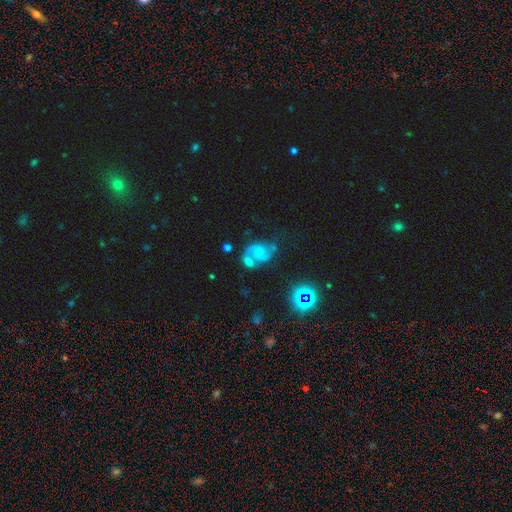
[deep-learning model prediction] smooth_or_featured: featured or disk (p=0.69) [alt: star or artifact p=0.17]
disk_edge_on: no (p=0.98) [alt: yes p=0.02]
bar: no (p=0.63) [alt: weak p=0.30]
has_spiral_arms: yes (p=0.89) [alt: no p=0.11]
spiral_winding: medium (p=0.53) [alt: tight p=0.25]
spiral_arm_count: 2 (p=0.79) [alt: can't tell p=0.08]
bulge_size: small (p=0.40) [alt: none p=0.29]
merging: none (p=0.43) [alt: minor disturbance p=0.20]